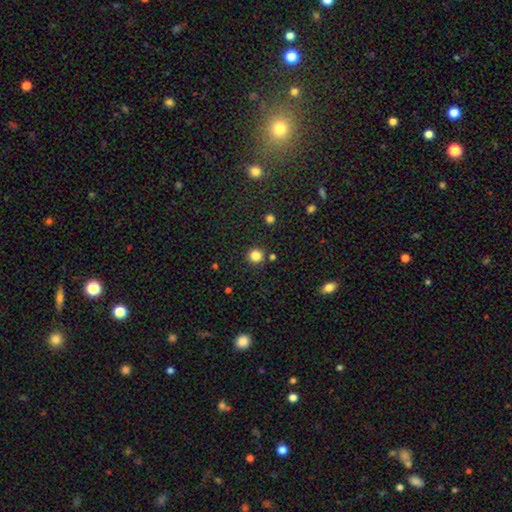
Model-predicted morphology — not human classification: A smooth galaxy with no disk features (83%) that is round (93%).

Vote fractions:
- Smooth or featured? smooth: 83% / star or artifact: 13% / featured or disk: 4%
- How rounded? round: 93% / in between: 6% / cigar-shaped: 1%
- Merging? none: 88% / minor disturbance: 6% / merger: 4% / major disturbance: 2%